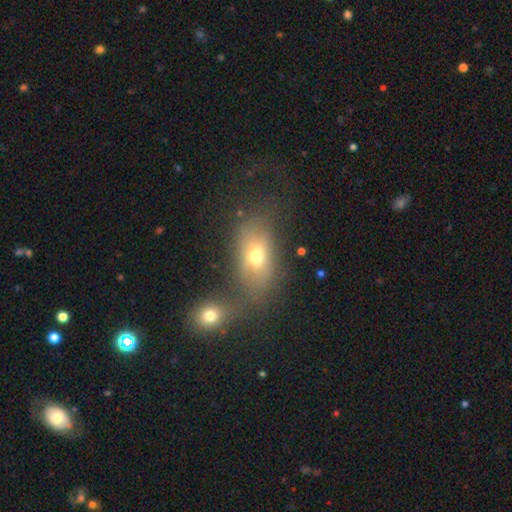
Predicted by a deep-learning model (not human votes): smooth-or-featured: smooth: 64% | featured or disk: 23% | star or artifact: 14%
  how-rounded: in between: 78% | round: 19% | cigar-shaped: 3%
  merging: none: 45% | merger: 32% | minor disturbance: 14% | major disturbance: 10%